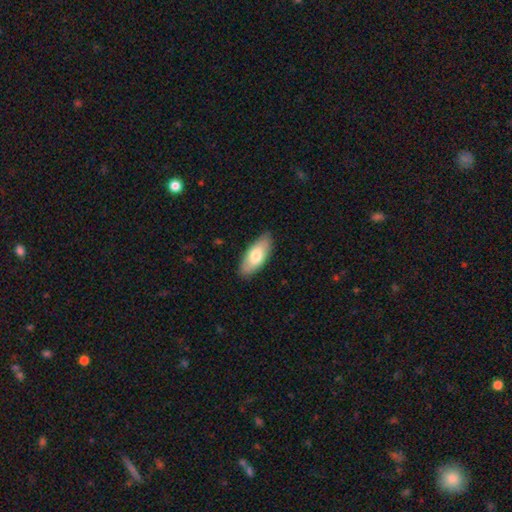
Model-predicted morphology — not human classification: type=smooth (74%); roundness=in between (82%); merging=none (86%).